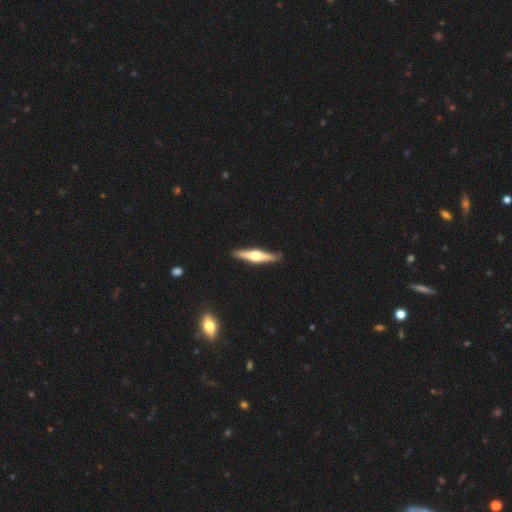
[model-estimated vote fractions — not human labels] This is likely a featured or disk galaxy (71%). It is clearly viewed edge-on (97%). Edge-on bulge: clearly rounded (93%). Merging: clearly none (89%).